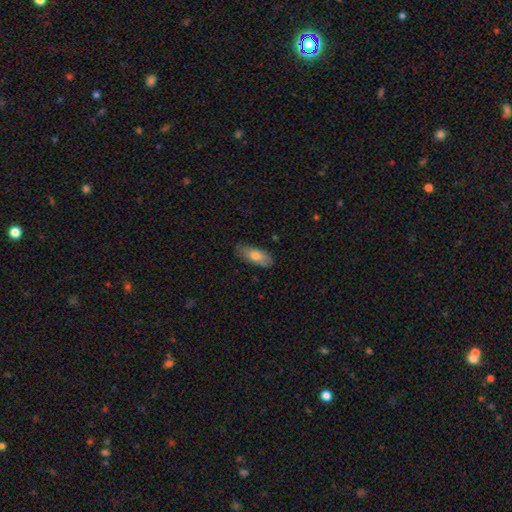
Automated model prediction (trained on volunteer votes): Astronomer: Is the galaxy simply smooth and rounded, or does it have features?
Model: smooth — 75%.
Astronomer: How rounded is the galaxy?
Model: in between — 79%.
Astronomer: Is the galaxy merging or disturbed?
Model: none — 77%.